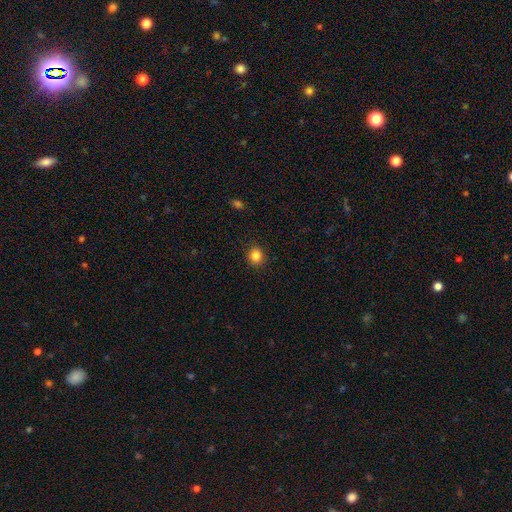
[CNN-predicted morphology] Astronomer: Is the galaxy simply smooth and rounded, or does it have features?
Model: smooth — 85%.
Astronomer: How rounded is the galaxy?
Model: round — 82%.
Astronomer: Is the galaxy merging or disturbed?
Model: none — 90%.